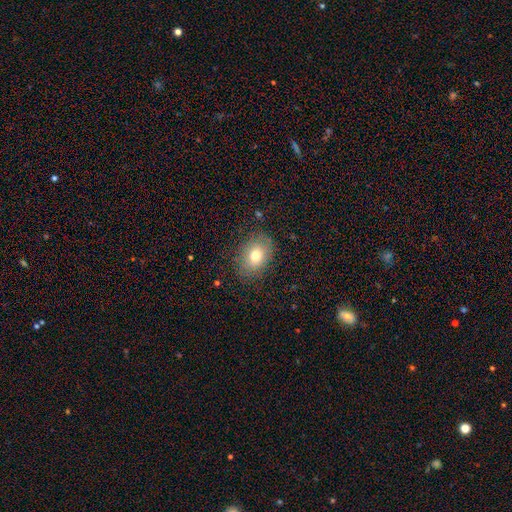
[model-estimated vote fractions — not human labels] Overall: smooth (73%). How rounded: in between (65%; round 33%). Merging: none (82%).